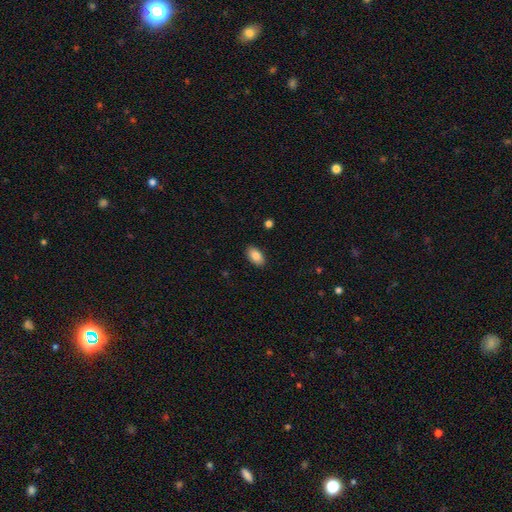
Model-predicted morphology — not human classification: Q: Smooth or featured?
A: smooth (86%); runner-up: star or artifact (7%)
Q: How rounded?
A: in between (94%); runner-up: round (4%)
Q: Merging?
A: none (89%); runner-up: minor disturbance (8%)